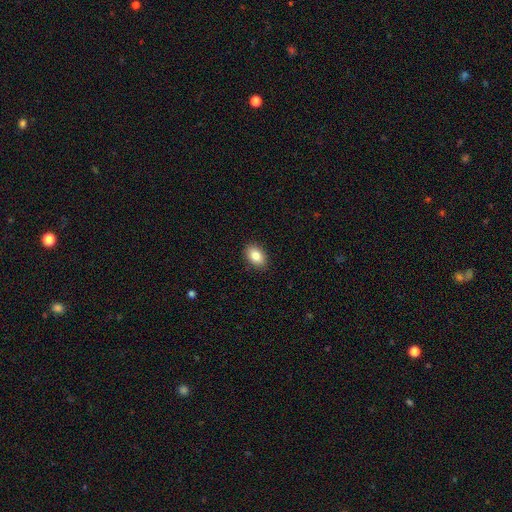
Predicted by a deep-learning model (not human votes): This is clearly a smooth galaxy (85%). How rounded: clearly in between (85%). Merging: clearly none (89%).